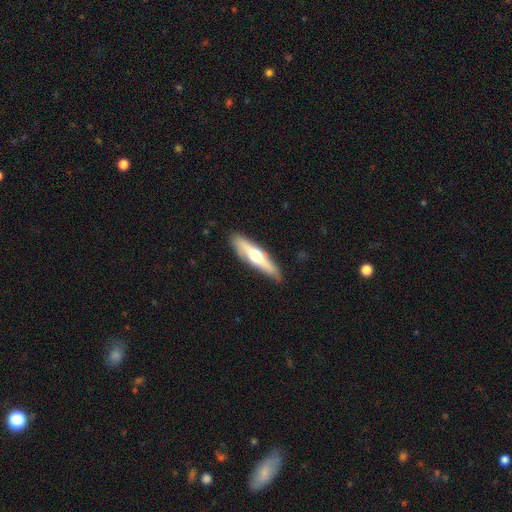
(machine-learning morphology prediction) Smooth or featured? Predicted: featured or disk (p=0.57). Edge-on disk? Predicted: yes (p=0.91). Edge-on bulge? Predicted: rounded (p=0.92). Merging? Predicted: none (p=0.86).